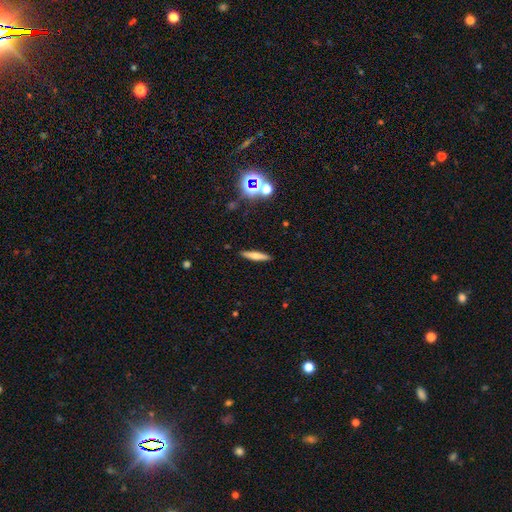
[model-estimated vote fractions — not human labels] smooth_or_featured: smooth (p=0.60) [alt: featured or disk p=0.30]
how_rounded: cigar-shaped (p=0.86) [alt: in between p=0.12]
merging: none (p=0.90) [alt: minor disturbance p=0.07]